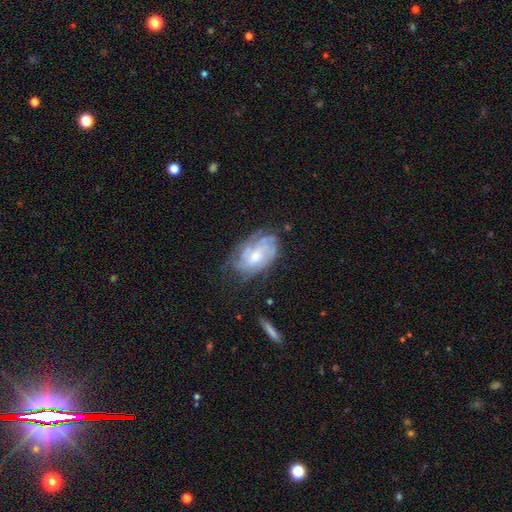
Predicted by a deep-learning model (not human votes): This is likely a featured or disk galaxy (74%). It is clearly not viewed edge-on (95%). Bar: likely no (63%). Spiral arm pattern: clearly yes (86%). Spiral arm count: possibly can't tell (53%). Spiral winding: possibly tight (60%). Central bulge: possibly moderate (47%). Merging: possibly none (58%).